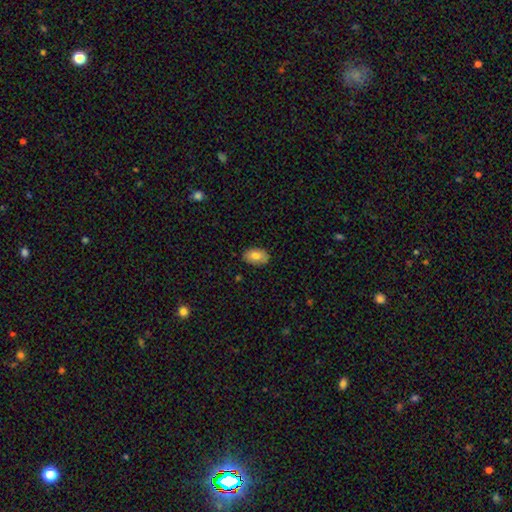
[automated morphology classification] Smooth or featured? Predicted: smooth (p=0.76). How rounded? Predicted: in between (p=0.89). Merging? Predicted: none (p=0.84).